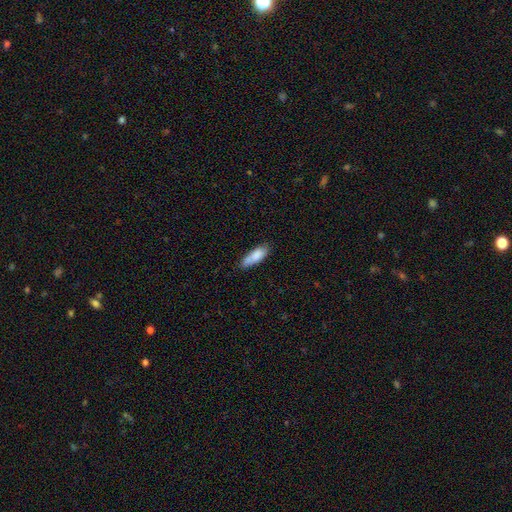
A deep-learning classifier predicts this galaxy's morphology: Q: Smooth or featured?
A: smooth (81%); runner-up: featured or disk (12%)
Q: How rounded?
A: in between (57%); runner-up: cigar-shaped (41%)
Q: Merging?
A: none (66%); runner-up: minor disturbance (24%)